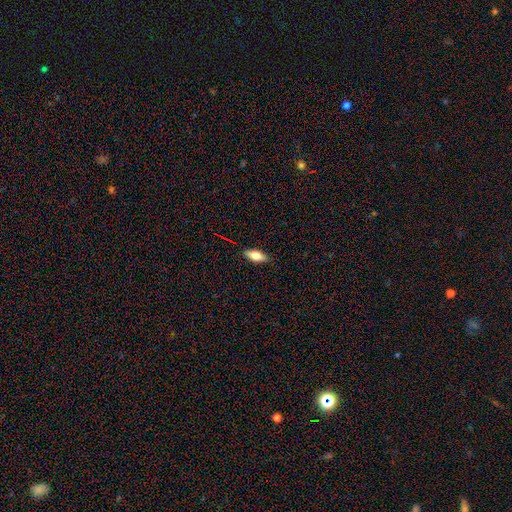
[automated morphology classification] smooth_or_featured: smooth (p=0.72) [alt: featured or disk p=0.20]
how_rounded: in between (p=0.76) [alt: cigar-shaped p=0.21]
merging: none (p=0.87) [alt: minor disturbance p=0.10]